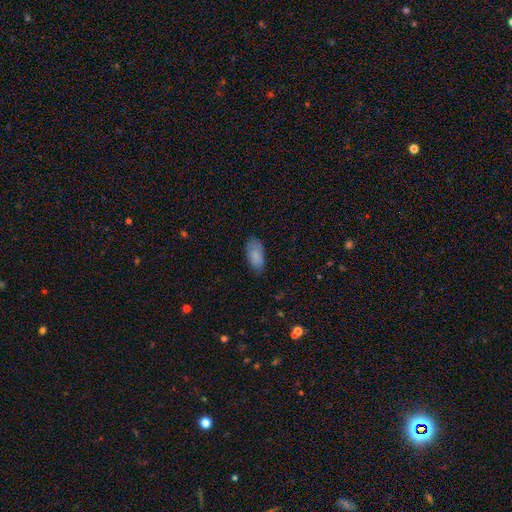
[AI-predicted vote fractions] smooth_or_featured: smooth (p=0.85) [alt: featured or disk p=0.08]
how_rounded: in between (p=0.93) [alt: cigar-shaped p=0.05]
merging: none (p=0.75) [alt: minor disturbance p=0.20]